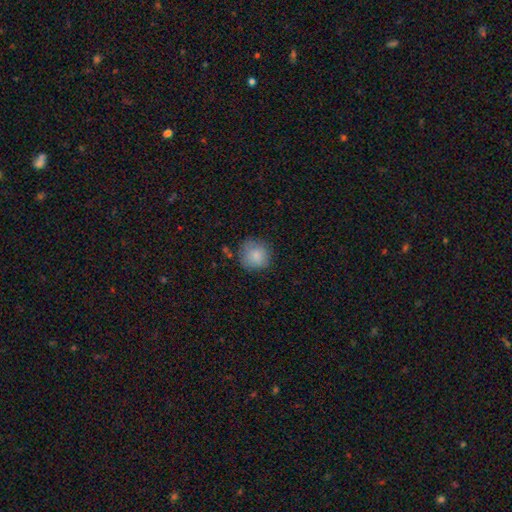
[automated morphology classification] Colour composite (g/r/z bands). It shows a smooth galaxy with no disk features (83%) that is round (90%). Merging: none (76%).